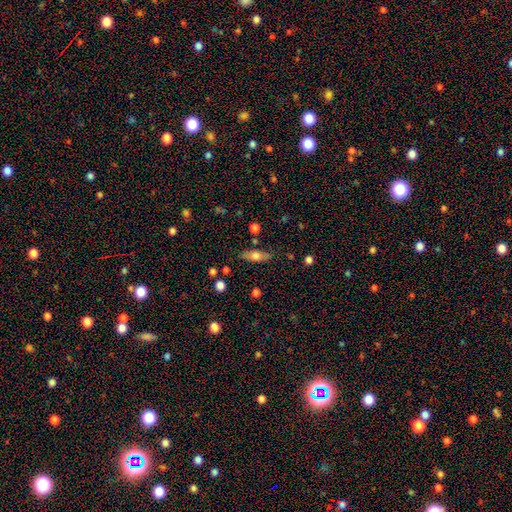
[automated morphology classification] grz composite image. It shows a smooth galaxy with no disk features (66%) that is in between round and cigar-shaped (67%). Merging: none (78%).